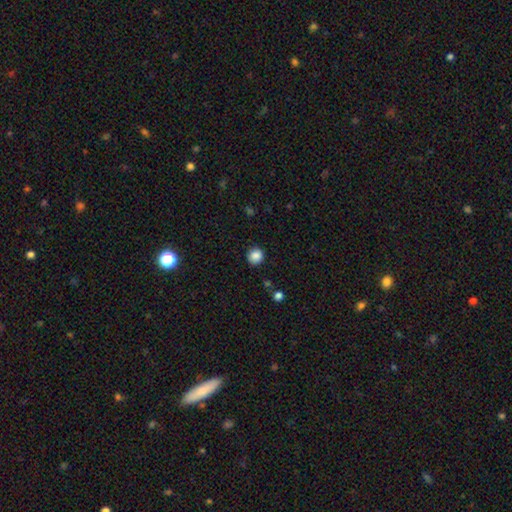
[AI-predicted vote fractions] A smooth galaxy with no disk features (87%) that is round (88%).

Vote fractions:
- Smooth or featured? smooth: 87% / star or artifact: 10% / featured or disk: 3%
- How rounded? round: 88% / in between: 11% / cigar-shaped: 1%
- Merging? none: 89% / minor disturbance: 8% / major disturbance: 2% / merger: 1%